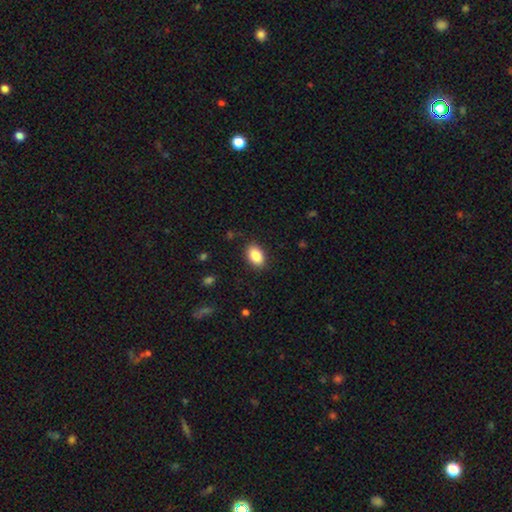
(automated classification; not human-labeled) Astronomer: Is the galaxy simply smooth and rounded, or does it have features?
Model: smooth — 87%.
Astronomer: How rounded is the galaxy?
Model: in between — 90%.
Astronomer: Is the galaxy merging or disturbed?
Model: none — 88%.